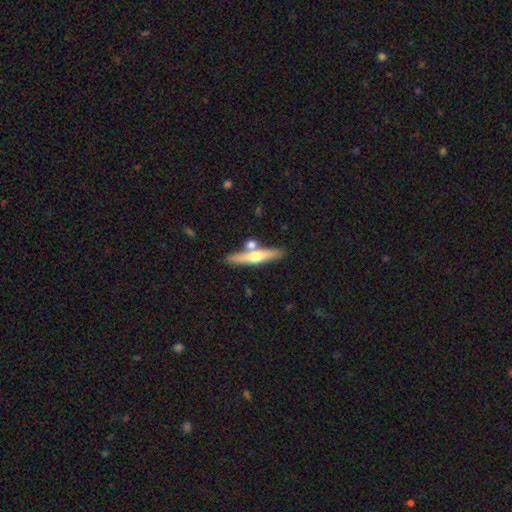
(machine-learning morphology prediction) Smooth or featured? featured or disk (53%)
Edge-on disk? yes (92%)
Merging? none (72%)